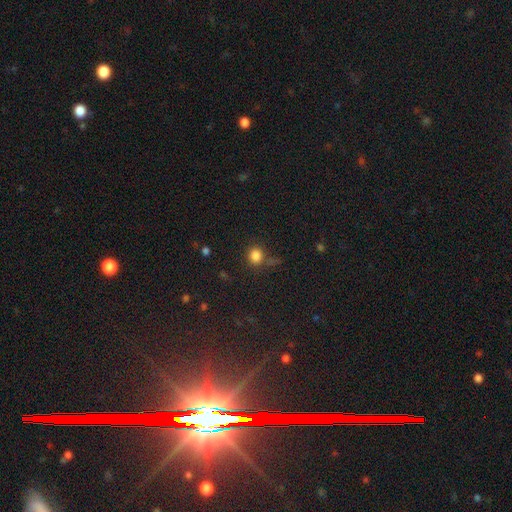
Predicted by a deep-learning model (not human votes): Q: Smooth or featured?
A: smooth (82%); runner-up: star or artifact (13%)
Q: How rounded?
A: round (84%); runner-up: in between (15%)
Q: Merging?
A: none (71%); runner-up: minor disturbance (14%)